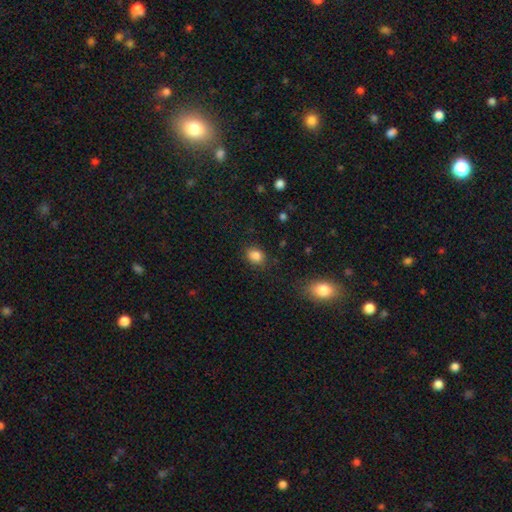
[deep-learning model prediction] smooth 84%, star or artifact 11%, featured or disk 5%. Down the decision tree: how rounded — round (50%); merging — none (84%).